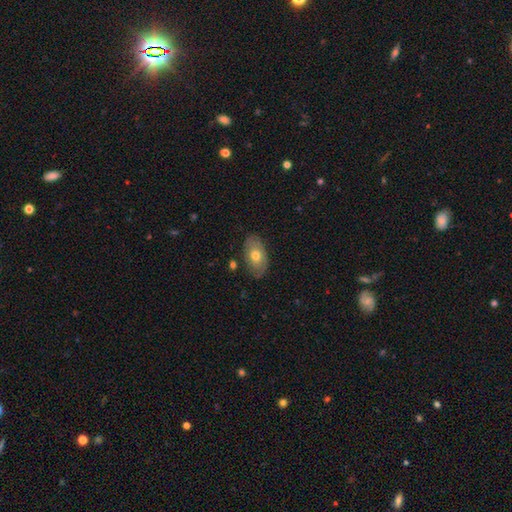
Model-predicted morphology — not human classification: type=smooth (60%); roundness=in between (91%); merging=none (77%).